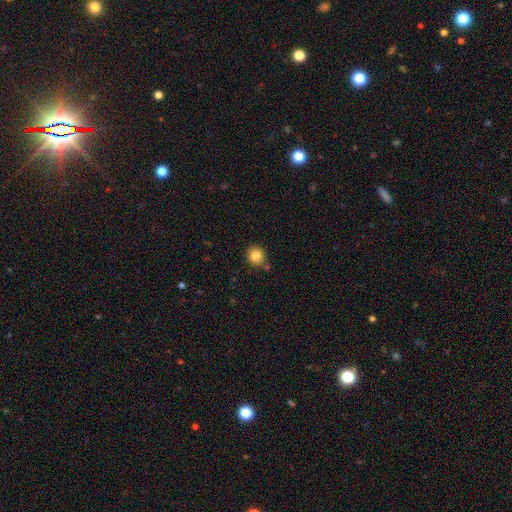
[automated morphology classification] Smooth or featured: smooth — 84% (star or artifact — 10%)
How rounded: round — 83% (in between — 16%)
Merging: none — 81% (minor disturbance — 10%)